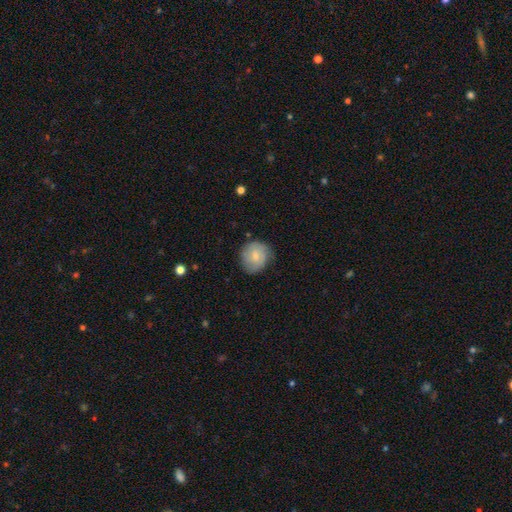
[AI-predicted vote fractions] smooth-or-featured: smooth: 64% | featured or disk: 29% | star or artifact: 7%
  how-rounded: round: 85% | in between: 14% | cigar-shaped: 1%
  merging: none: 74% | minor disturbance: 21% | major disturbance: 4% | merger: 1%